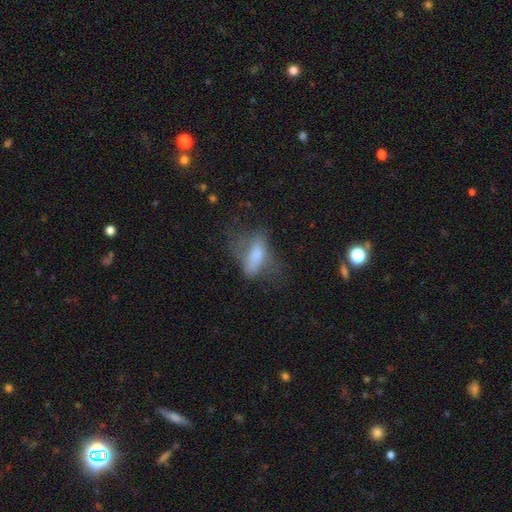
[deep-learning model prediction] Smooth or featured? Predicted: smooth (p=0.63). How rounded? Predicted: in between (p=0.72). Merging? Predicted: major disturbance (p=0.36).